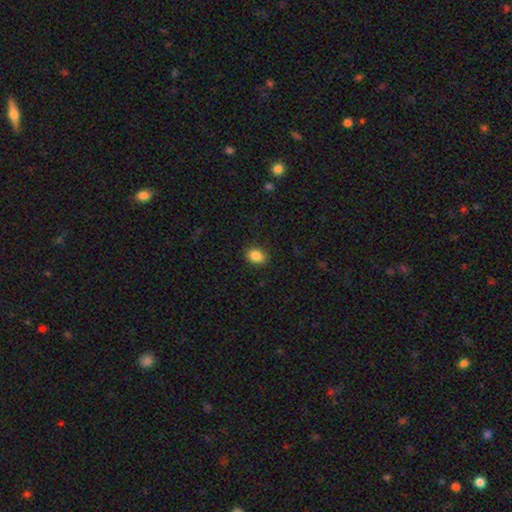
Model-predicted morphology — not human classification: Smooth or featured? smooth (86%)
How rounded? in between (65%)
Merging? none (88%)